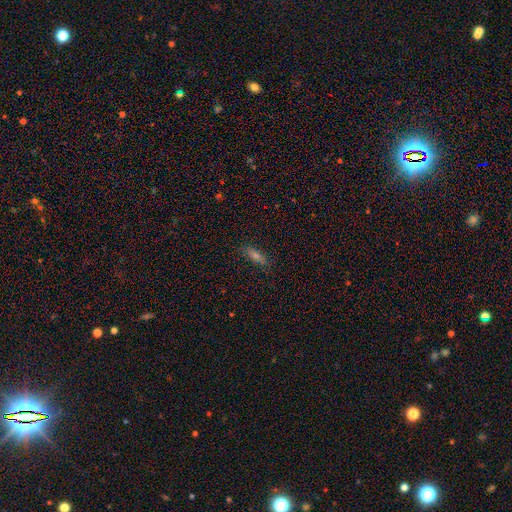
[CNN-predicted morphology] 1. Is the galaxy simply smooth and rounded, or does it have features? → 58% smooth, 27% featured or disk, 15% star or artifact.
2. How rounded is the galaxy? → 56% cigar-shaped, 40% in between, 4% round.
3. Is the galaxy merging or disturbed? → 84% none, 12% minor disturbance, 3% major disturbance, 1% merger.